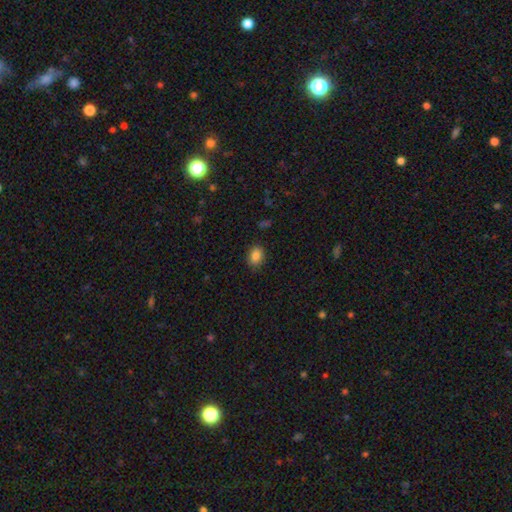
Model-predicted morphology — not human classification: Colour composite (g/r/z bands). It shows a smooth galaxy with no disk features (85%) that is in between round and cigar-shaped (69%). Merging: none (86%).